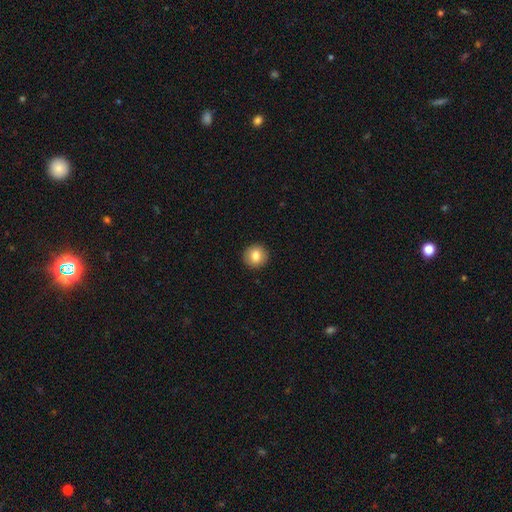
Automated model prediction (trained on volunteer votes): Smooth or featured: smooth — 83% (star or artifact — 8%)
How rounded: round — 92% (in between — 7%)
Merging: none — 93% (minor disturbance — 5%)